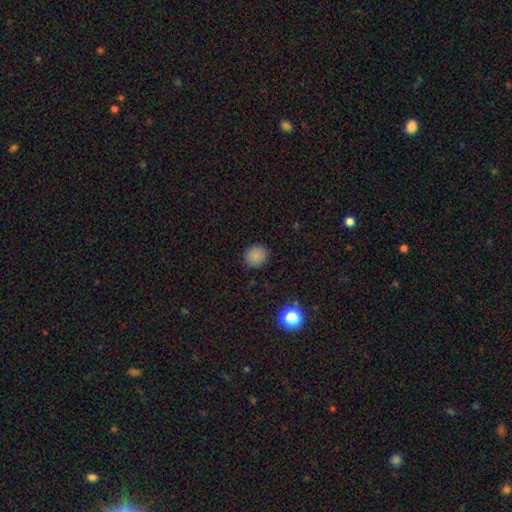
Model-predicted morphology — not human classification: smooth-or-featured: smooth: 85% | star or artifact: 12% | featured or disk: 4%
  how-rounded: round: 82% | in between: 18% | cigar-shaped: 1%
  merging: none: 89% | minor disturbance: 8% | major disturbance: 2% | merger: 1%